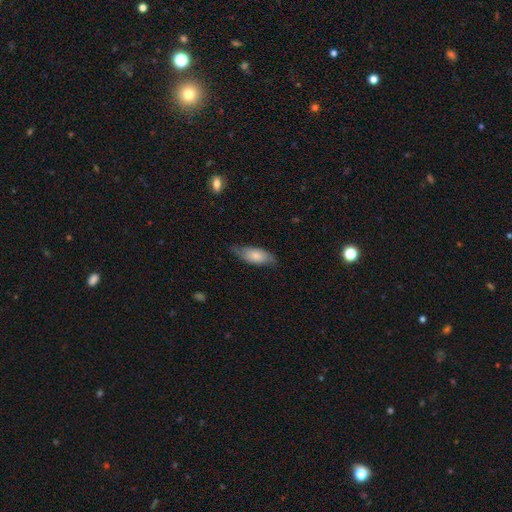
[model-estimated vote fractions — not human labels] A smooth galaxy with no disk features (71%) that is in between round and cigar-shaped (80%).

Vote fractions:
- Smooth or featured? smooth: 71% / featured or disk: 23% / star or artifact: 6%
- How rounded? in between: 80% / cigar-shaped: 17% / round: 2%
- Merging? none: 65% / minor disturbance: 27% / major disturbance: 6% / merger: 1%